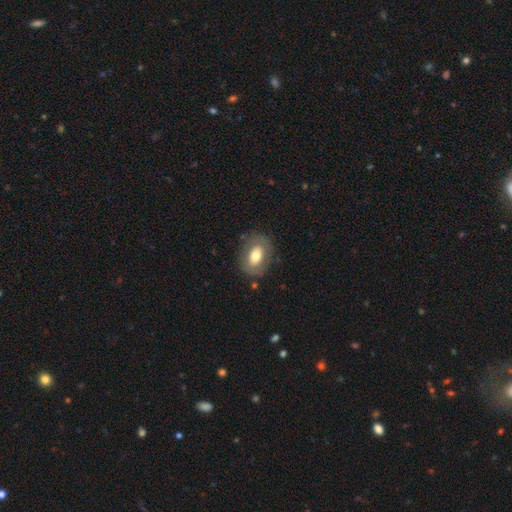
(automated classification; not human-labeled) Overall: smooth (60%; featured or disk 33%). How rounded: in between (76%). Merging: none (78%).